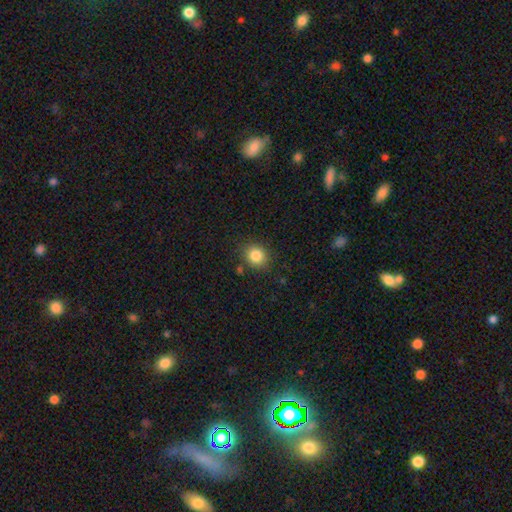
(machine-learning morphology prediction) This appears to be a smooth galaxy with no disk features (84%) that is round (79%). Merging: none (84%).